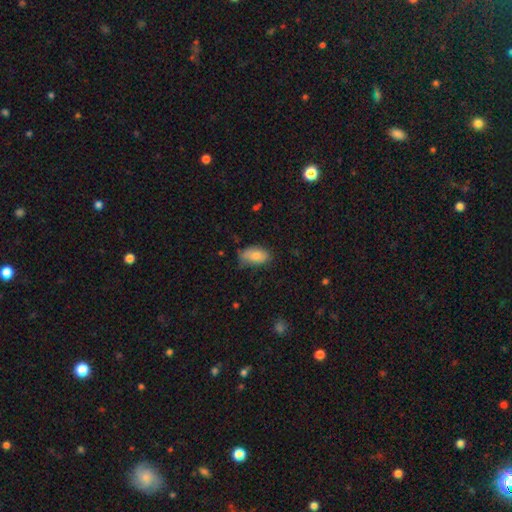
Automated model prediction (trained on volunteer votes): Morphology: type=smooth (80%); roundness=in between (92%); merging=none (57%).